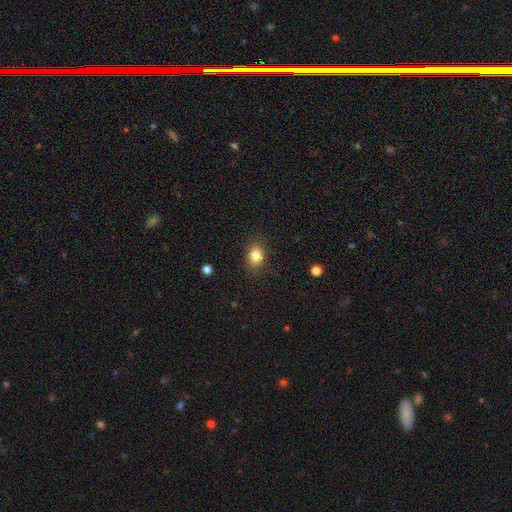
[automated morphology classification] Q: Smooth or featured?
A: smooth (82%); runner-up: star or artifact (10%)
Q: How rounded?
A: in between (60%); runner-up: round (39%)
Q: Merging?
A: none (84%); runner-up: minor disturbance (11%)